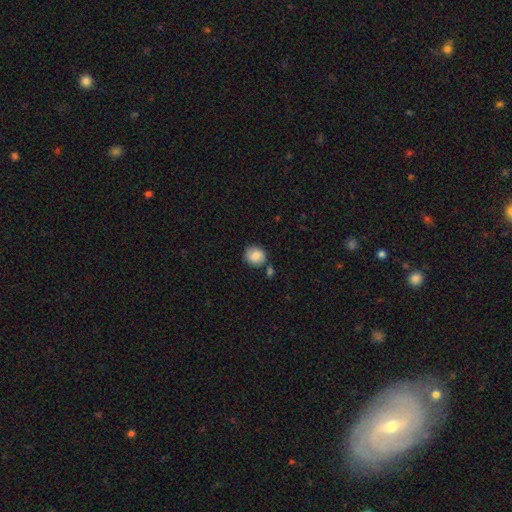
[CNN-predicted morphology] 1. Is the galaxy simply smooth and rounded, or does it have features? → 80% smooth, 12% featured or disk, 8% star or artifact.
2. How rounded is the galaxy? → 81% round, 18% in between, 1% cigar-shaped.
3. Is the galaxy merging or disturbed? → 73% none, 14% minor disturbance, 9% merger, 3% major disturbance.